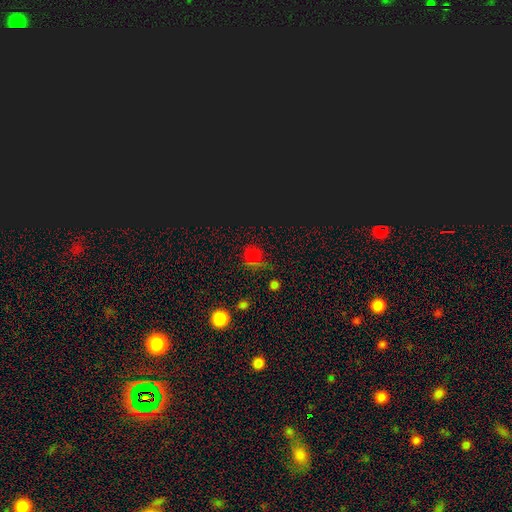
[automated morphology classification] The model was most divided on "smooth or featured": star or artifact: 50%, smooth: 43%, featured or disk: 7%.